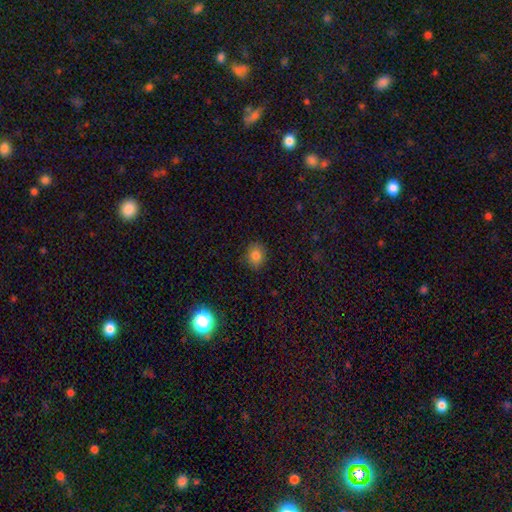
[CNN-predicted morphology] A smooth galaxy with no disk features (82%) that is round (59%).

Vote fractions:
- Smooth or featured? smooth: 82% / star or artifact: 13% / featured or disk: 6%
- How rounded? round: 59% / in between: 40% / cigar-shaped: 1%
- Merging? none: 87% / minor disturbance: 9% / major disturbance: 2% / merger: 1%